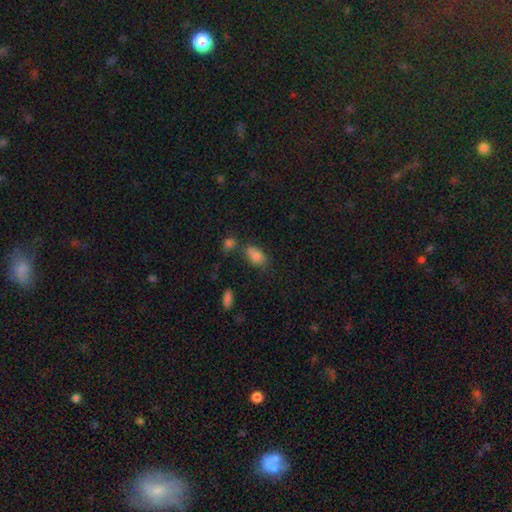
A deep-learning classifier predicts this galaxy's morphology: The model was most divided on "merging": none: 49%, minor disturbance: 22%, merger: 21%, major disturbance: 8%. More confident: how rounded — in between (86%); smooth or featured — smooth (81%).